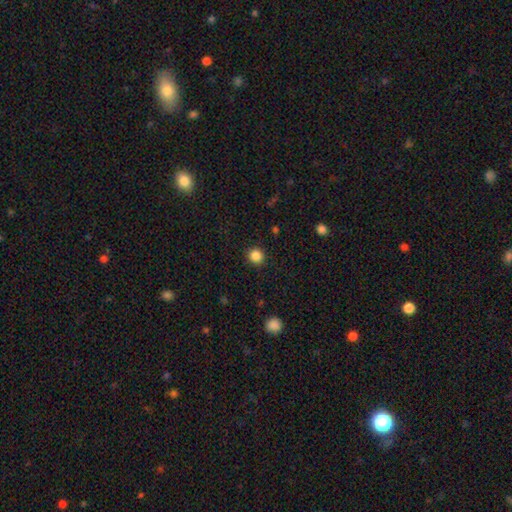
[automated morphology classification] Overall: smooth (86%). How rounded: round (92%). Merging: none (91%).